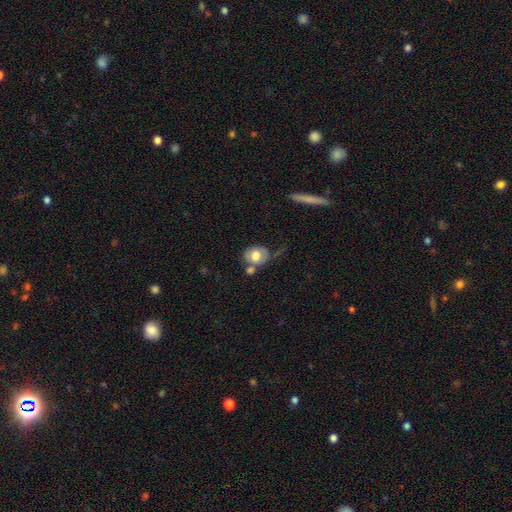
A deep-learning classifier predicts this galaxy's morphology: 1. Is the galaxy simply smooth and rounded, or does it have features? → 68% smooth, 25% featured or disk, 8% star or artifact.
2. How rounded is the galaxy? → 52% round, 47% in between, 1% cigar-shaped.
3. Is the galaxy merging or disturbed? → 51% none, 22% merger, 20% minor disturbance, 8% major disturbance.